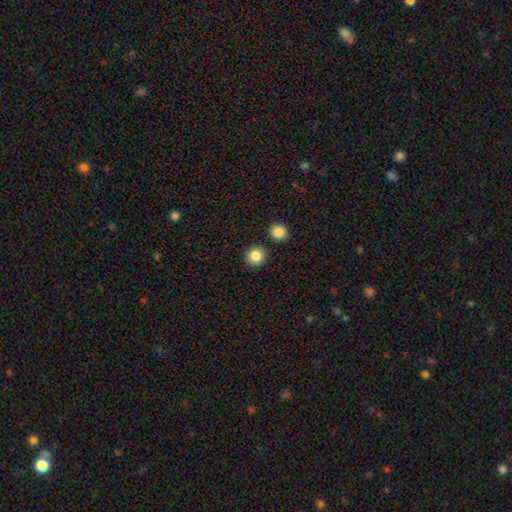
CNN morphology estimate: The model was most divided on "smooth or featured": smooth: 85%, star or artifact: 10%, featured or disk: 5%. More confident: how rounded — round (91%); merging — none (89%).